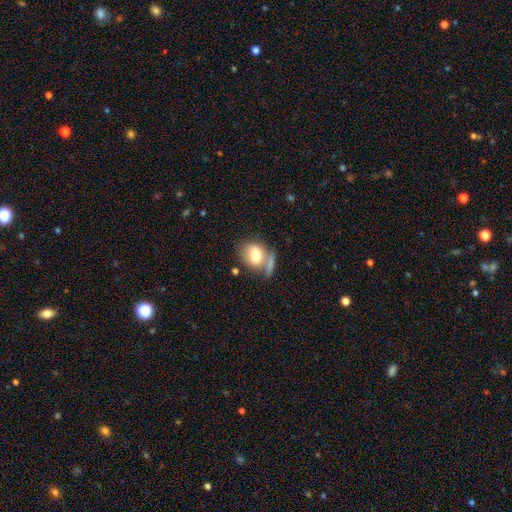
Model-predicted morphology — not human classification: Smooth or featured: smooth — 70% (featured or disk — 22%)
How rounded: in between — 60% (round — 38%)
Merging: none — 42% (merger — 28%)